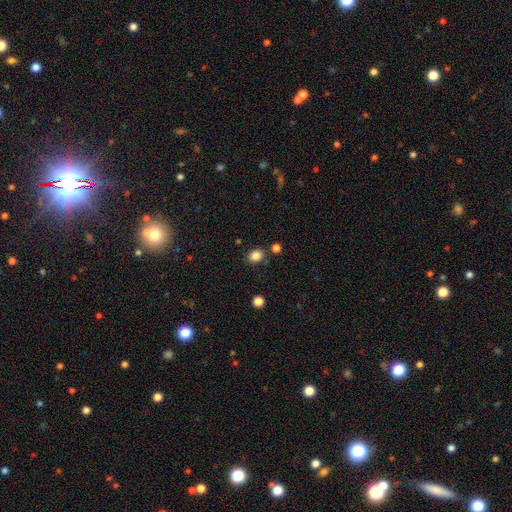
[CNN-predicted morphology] This is clearly a smooth galaxy (84%). How rounded: possibly in between (50%). Merging: clearly none (82%).